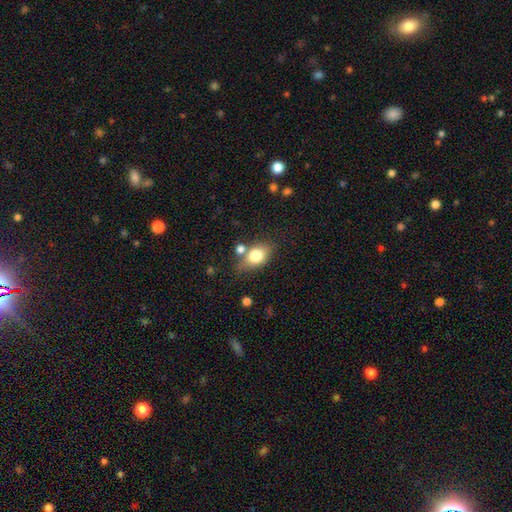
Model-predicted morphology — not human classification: This is likely a smooth galaxy (77%). How rounded: likely in between (76%). Merging: likely none (62%).